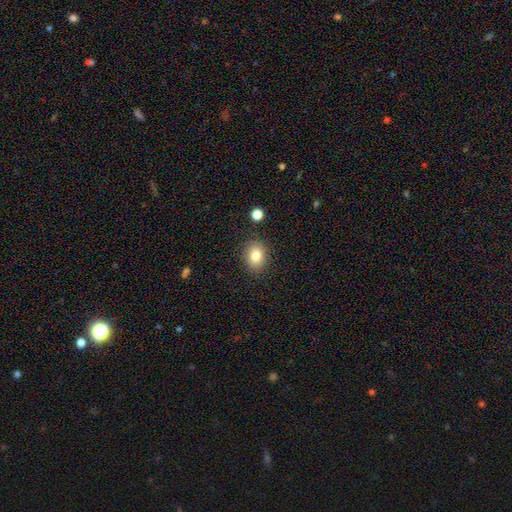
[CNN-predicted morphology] Overall: smooth (81%). How rounded: in between (50%; round 49%). Merging: none (85%).